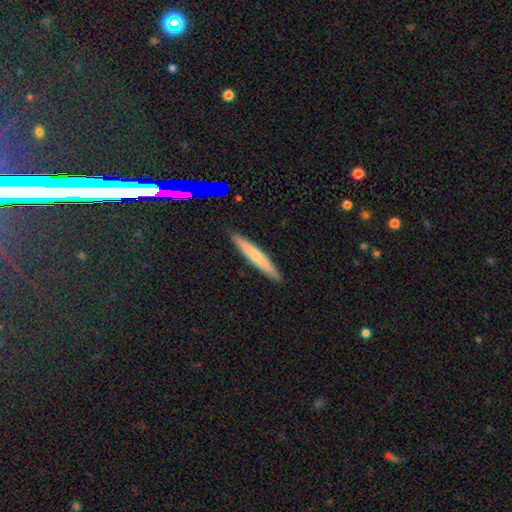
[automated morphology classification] Smooth or featured? smooth (61%)
How rounded? cigar-shaped (94%)
Merging? none (90%)